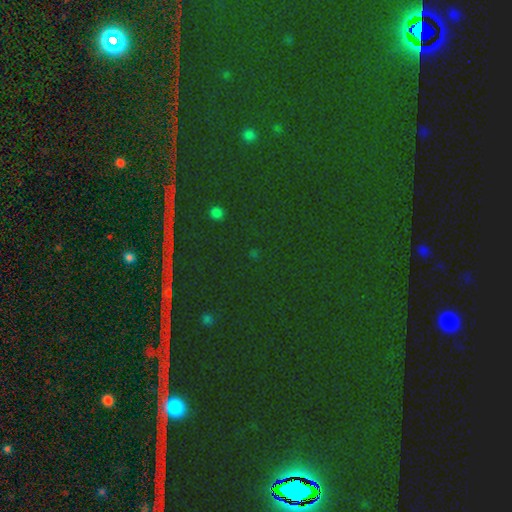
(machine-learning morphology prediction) star or artifact 80%, smooth 11%, featured or disk 9%.